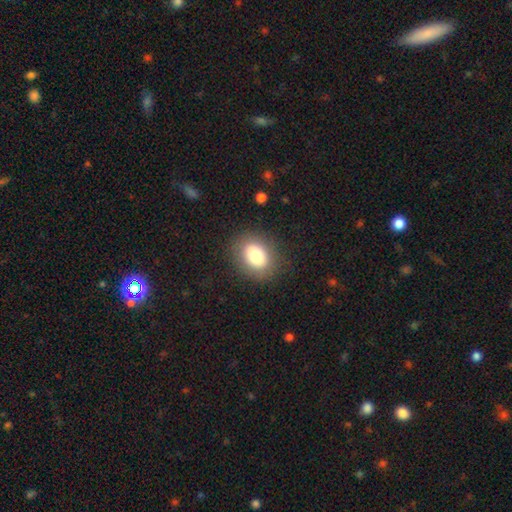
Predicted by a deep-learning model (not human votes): This is likely a smooth galaxy (78%). How rounded: possibly in between (55%). Merging: clearly none (84%).